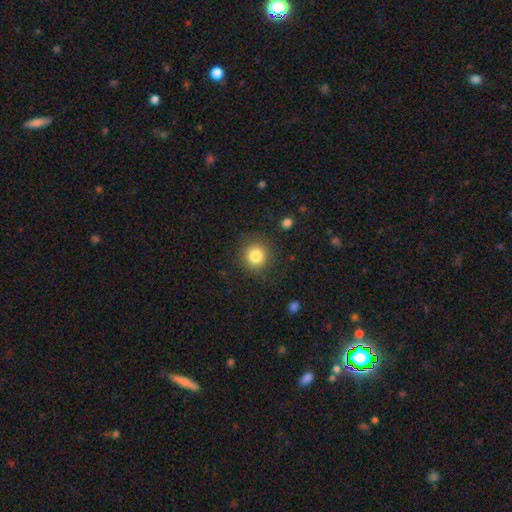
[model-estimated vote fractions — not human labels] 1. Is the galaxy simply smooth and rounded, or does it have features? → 83% smooth, 11% star or artifact, 7% featured or disk.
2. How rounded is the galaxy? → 92% round, 7% in between, 1% cigar-shaped.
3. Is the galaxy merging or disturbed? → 87% none, 8% minor disturbance, 4% major disturbance, 1% merger.